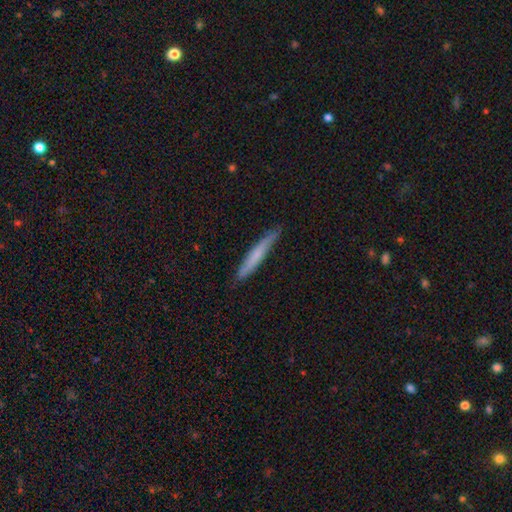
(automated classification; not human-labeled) This appears to be a smooth galaxy with no disk features (61%) that is cigar-shaped (95%). Merging: none (83%).